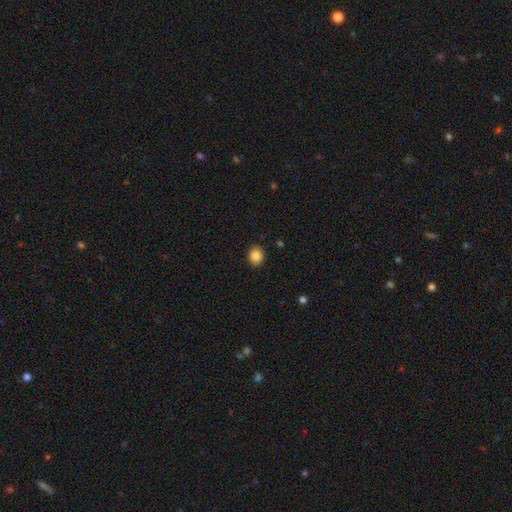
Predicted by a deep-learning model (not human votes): smooth_or_featured: smooth (p=0.85) [alt: star or artifact p=0.09]
how_rounded: round (p=0.61) [alt: in between p=0.39]
merging: none (p=0.90) [alt: minor disturbance p=0.08]